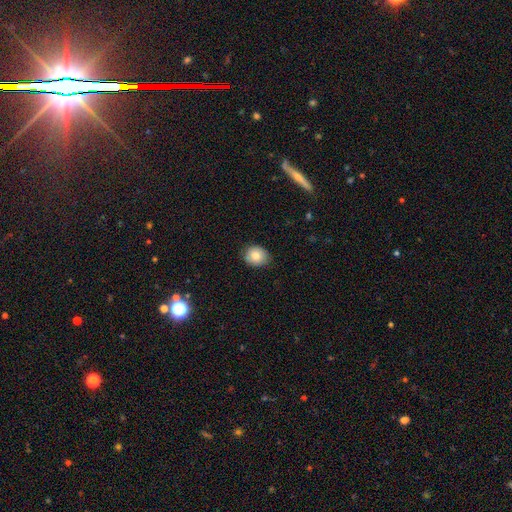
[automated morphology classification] This appears to be a smooth galaxy with no disk features (82%) that is round (67%). Merging: none (79%).